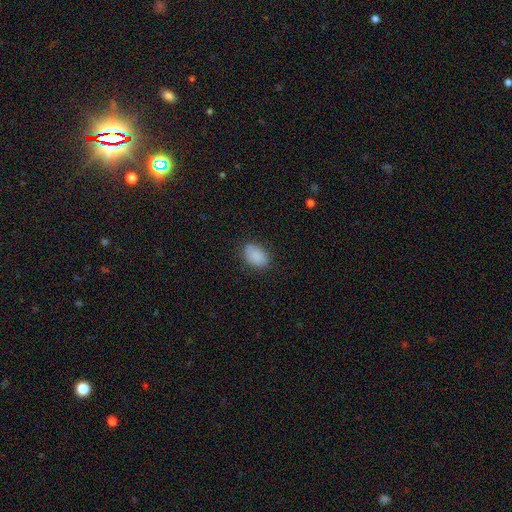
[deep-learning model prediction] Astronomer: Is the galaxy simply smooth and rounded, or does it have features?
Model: smooth — 88%.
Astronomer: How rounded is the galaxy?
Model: in between — 86%.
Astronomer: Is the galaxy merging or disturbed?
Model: none — 80%.